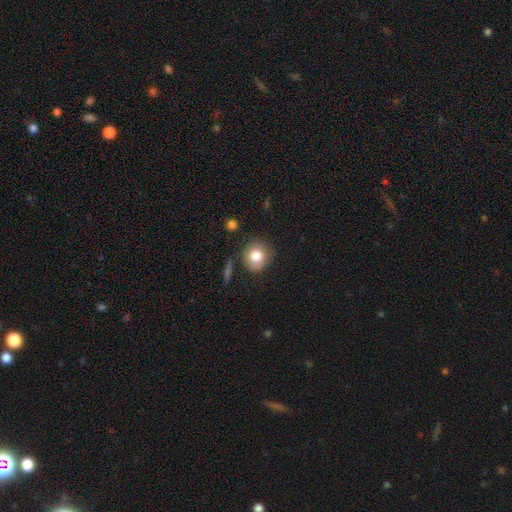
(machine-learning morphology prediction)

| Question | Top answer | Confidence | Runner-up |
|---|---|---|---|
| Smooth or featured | smooth | 80% | featured or disk (10%) |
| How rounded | round | 83% | in between (16%) |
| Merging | none | 76% | minor disturbance (16%) |